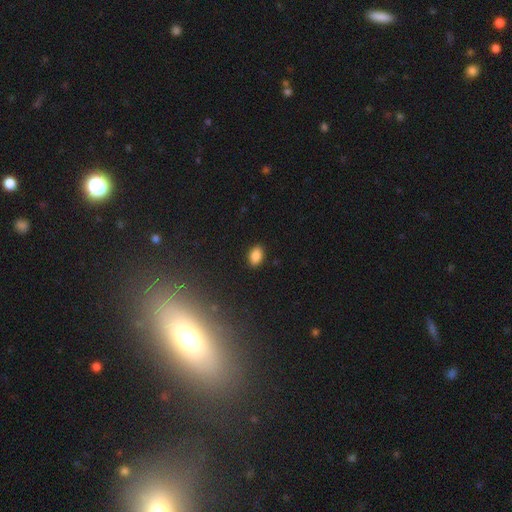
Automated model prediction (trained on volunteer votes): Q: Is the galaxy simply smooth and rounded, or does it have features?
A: smooth — 86%.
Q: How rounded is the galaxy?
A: in between — 89%.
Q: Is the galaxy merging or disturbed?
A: none — 88%.